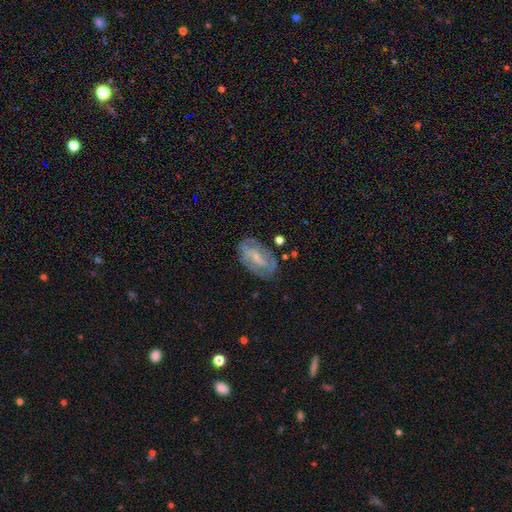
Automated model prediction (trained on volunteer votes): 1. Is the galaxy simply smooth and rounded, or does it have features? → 68% featured or disk, 22% smooth, 9% star or artifact.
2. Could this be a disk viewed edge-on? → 93% no, 7% yes.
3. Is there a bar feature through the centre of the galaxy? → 46% weak, 28% strong, 26% no.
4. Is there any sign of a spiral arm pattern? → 82% yes, 18% no.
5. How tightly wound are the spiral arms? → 49% tight, 37% medium, 14% loose.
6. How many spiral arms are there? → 54% 2, 30% can't tell, 7% 3, 4% 1, 3% 4, 2% more than 4.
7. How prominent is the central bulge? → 53% small, 27% moderate, 17% none, 3% large, 1% dominant.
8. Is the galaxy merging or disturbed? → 72% none, 18% minor disturbance, 7% major disturbance, 2% merger.